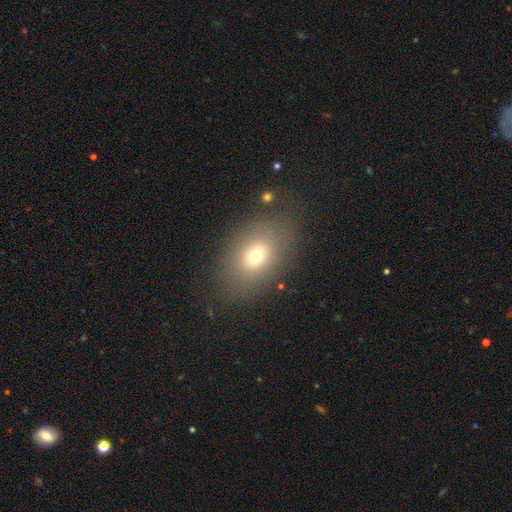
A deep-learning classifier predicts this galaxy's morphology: smooth 69%, featured or disk 17%, star or artifact 14%. Down the decision tree: how rounded — in between (77%); merging — none (77%).